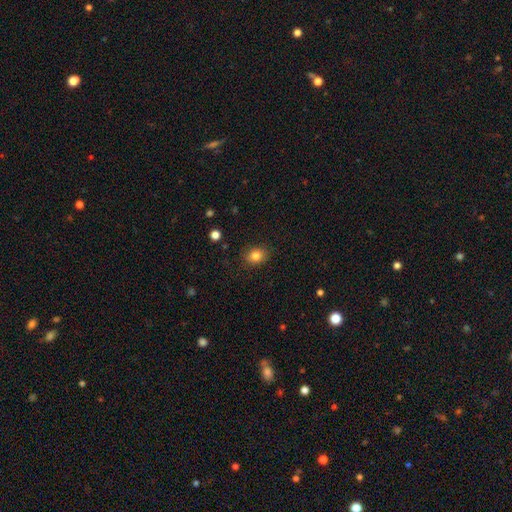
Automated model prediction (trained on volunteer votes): Smooth or featured? smooth (83%)
How rounded? round (54%)
Merging? none (86%)